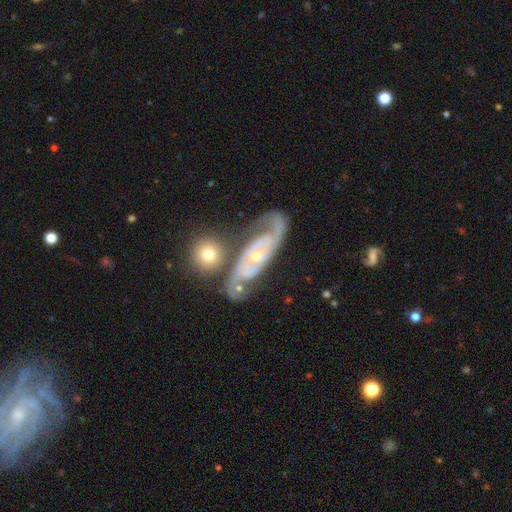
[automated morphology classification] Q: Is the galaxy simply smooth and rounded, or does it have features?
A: featured or disk — 86%.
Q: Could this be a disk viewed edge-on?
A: no — 91%.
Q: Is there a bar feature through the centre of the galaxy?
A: no — 66%.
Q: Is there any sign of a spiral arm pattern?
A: yes — 94%.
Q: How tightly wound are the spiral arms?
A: tight — 48%.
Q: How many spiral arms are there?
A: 2 — 72%.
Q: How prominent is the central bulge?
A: small — 59%.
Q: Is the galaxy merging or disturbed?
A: none — 56%.